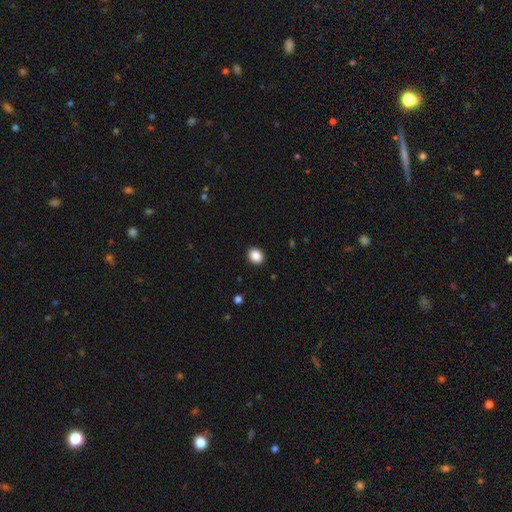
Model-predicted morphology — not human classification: This is clearly a smooth galaxy (88%). How rounded: likely round (66%). Merging: clearly none (92%).